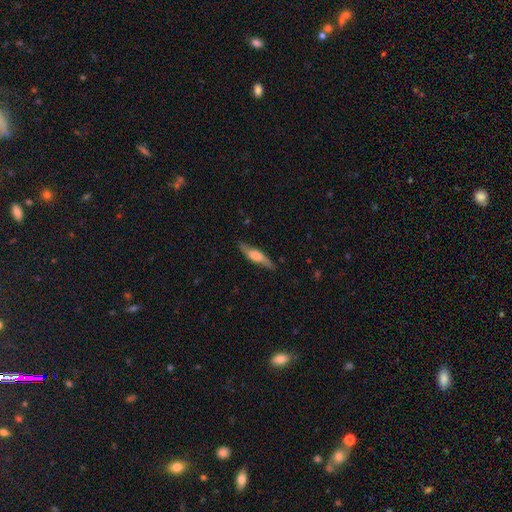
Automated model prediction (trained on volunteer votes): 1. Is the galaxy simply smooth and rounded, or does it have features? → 55% featured or disk, 39% smooth, 6% star or artifact.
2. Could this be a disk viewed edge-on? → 79% yes, 21% no.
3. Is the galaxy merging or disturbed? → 82% none, 14% minor disturbance, 3% major disturbance, 1% merger.